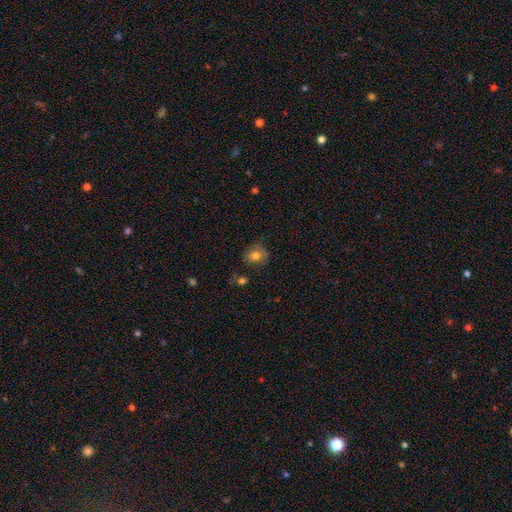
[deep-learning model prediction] Q: Smooth or featured?
A: smooth (76%); runner-up: featured or disk (14%)
Q: How rounded?
A: round (60%); runner-up: in between (39%)
Q: Merging?
A: none (68%); runner-up: minor disturbance (23%)